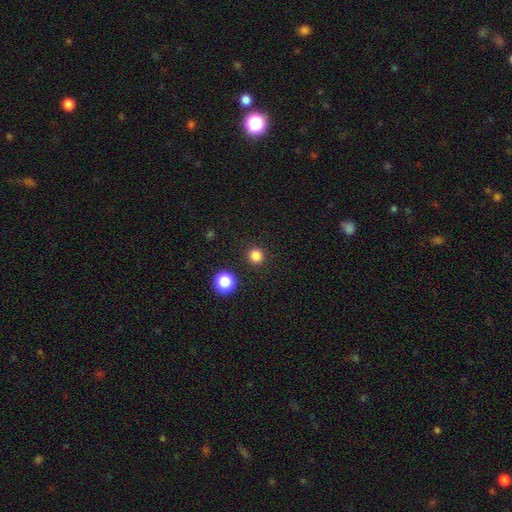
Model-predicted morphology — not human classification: A smooth galaxy with no disk features (82%) that is round (93%). Merging: none (91%).